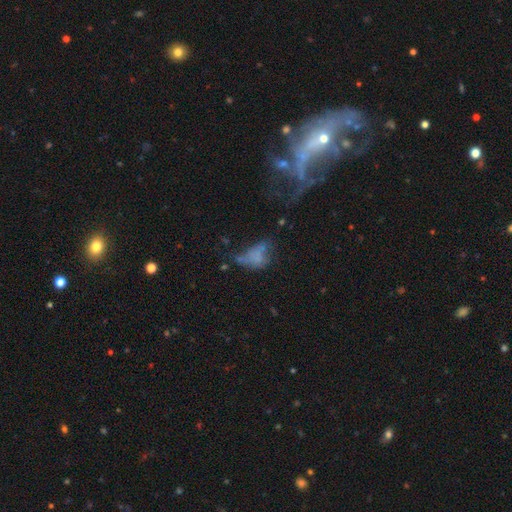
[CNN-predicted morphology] This is possibly a smooth galaxy (50%). How rounded: clearly in between (82%). Merging: marginally major disturbance (41%).